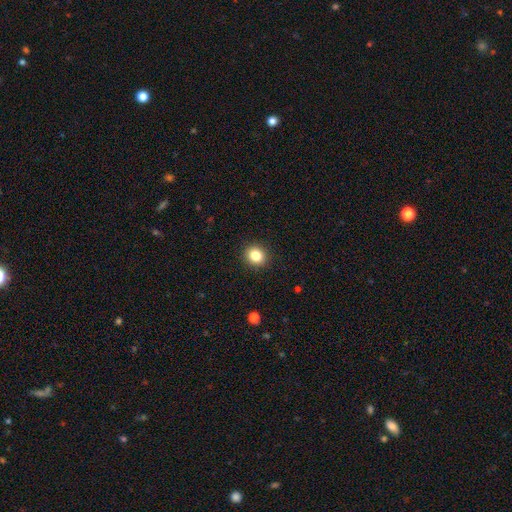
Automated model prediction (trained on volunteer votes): Morphology: type=smooth (84%); roundness=round (84%); merging=none (92%).